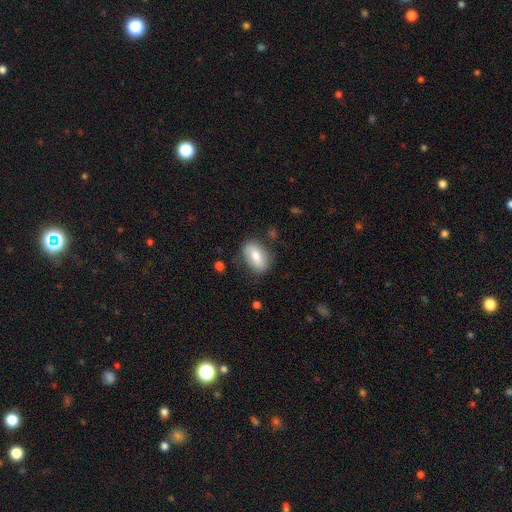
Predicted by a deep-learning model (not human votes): This appears to be a smooth galaxy with no disk features (71%) that is in between round and cigar-shaped (88%). Merging: none (75%).